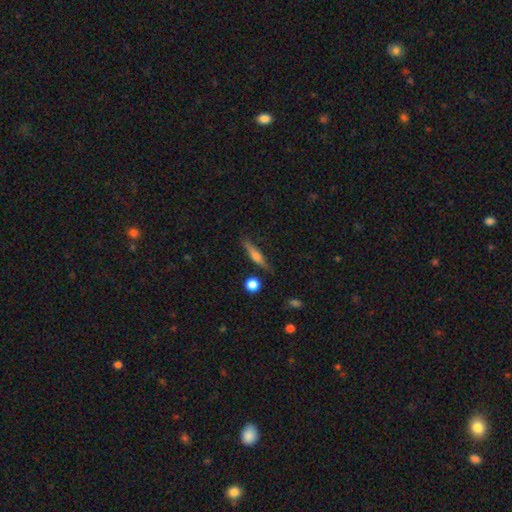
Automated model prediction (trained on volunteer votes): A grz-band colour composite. It shows a featured or disk galaxy (50%). Merging: none (85%).